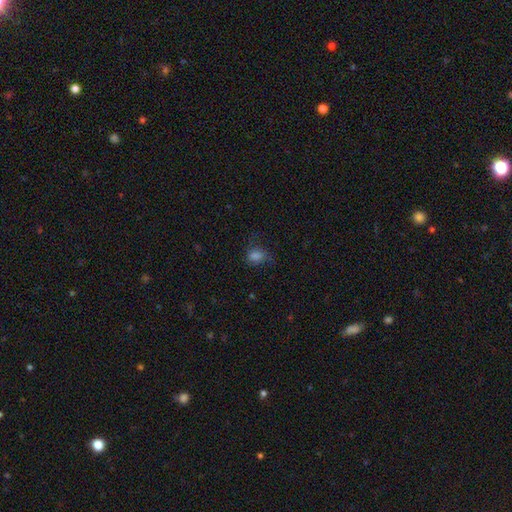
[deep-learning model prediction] smooth-or-featured: smooth: 71% | star or artifact: 17% | featured or disk: 12%
  how-rounded: in between: 59% | round: 39% | cigar-shaped: 2%
  merging: none: 55% | minor disturbance: 24% | major disturbance: 19% | merger: 2%